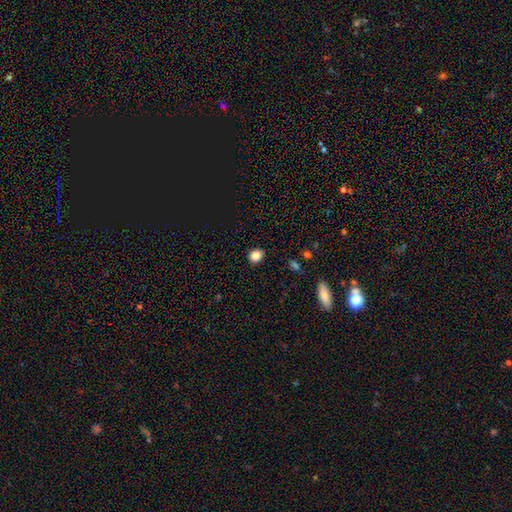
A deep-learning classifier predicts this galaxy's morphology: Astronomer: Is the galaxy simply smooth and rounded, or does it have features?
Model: smooth — 85%.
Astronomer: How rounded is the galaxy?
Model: round — 54% (runner-up: in between, 45%).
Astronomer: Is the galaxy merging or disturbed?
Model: none — 89%.